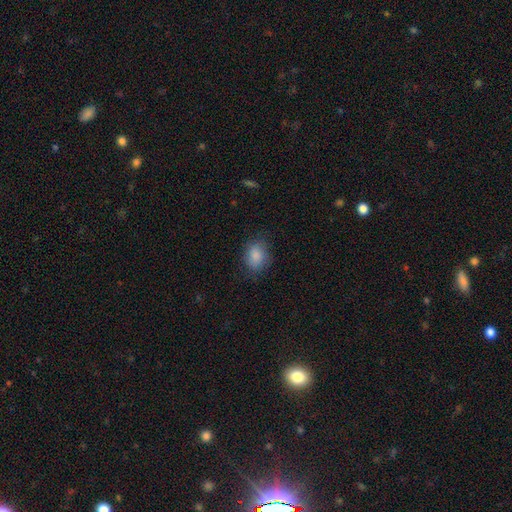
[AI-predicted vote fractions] smooth 86%, star or artifact 8%, featured or disk 7%. Down the decision tree: how rounded — in between (60%); merging — none (77%).